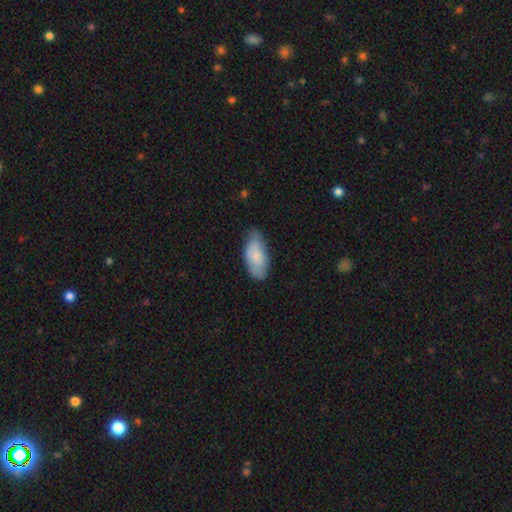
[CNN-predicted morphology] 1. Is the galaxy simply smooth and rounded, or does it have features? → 75% smooth, 19% featured or disk, 6% star or artifact.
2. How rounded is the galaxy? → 91% in between, 7% cigar-shaped, 2% round.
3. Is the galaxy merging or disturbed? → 63% none, 30% minor disturbance, 5% major disturbance, 2% merger.